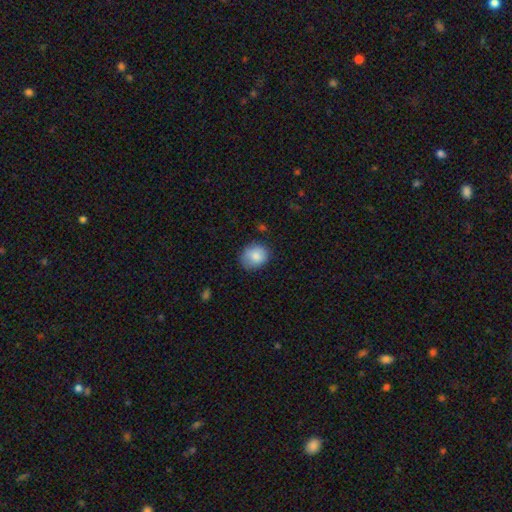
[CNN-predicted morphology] A smooth galaxy with no disk features (84%) that is round (67%).

Vote fractions:
- Smooth or featured? smooth: 84% / featured or disk: 8% / star or artifact: 8%
- How rounded? round: 67% / in between: 32% / cigar-shaped: 1%
- Merging? none: 72% / minor disturbance: 22% / major disturbance: 5% / merger: 2%